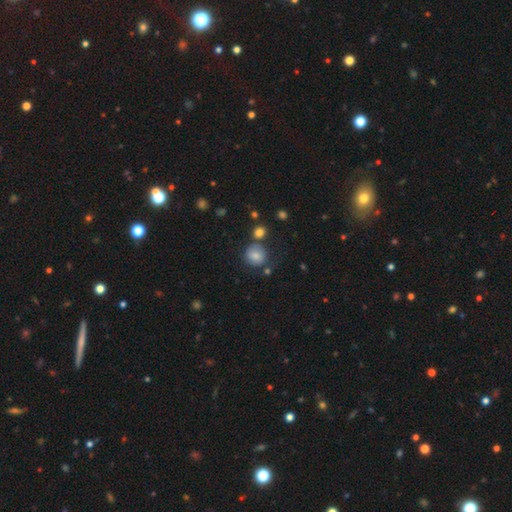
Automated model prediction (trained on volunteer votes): smooth 80%, star or artifact 11%, featured or disk 10%. Down the decision tree: how rounded — round (85%); merging — none (70%).